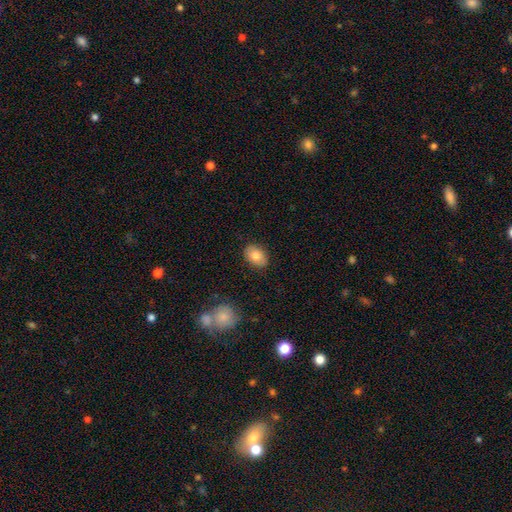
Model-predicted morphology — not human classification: type=smooth (81%); roundness=in between (79%); merging=none (85%).